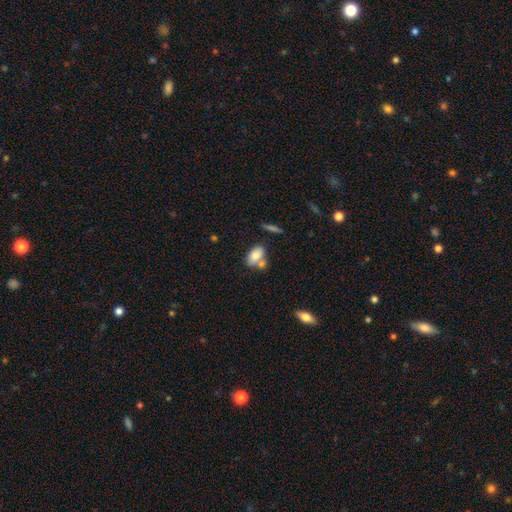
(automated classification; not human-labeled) Smooth or featured: smooth — 78% (featured or disk — 14%)
How rounded: in between — 89% (round — 8%)
Merging: none — 49% (merger — 32%)